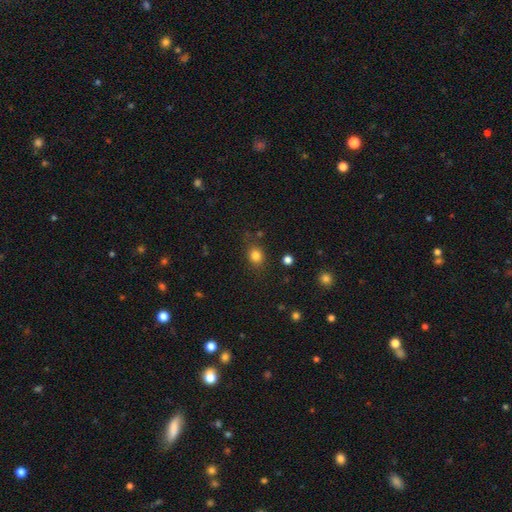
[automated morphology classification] Smooth or featured: smooth — 81% (star or artifact — 12%)
How rounded: round — 56% (in between — 42%)
Merging: none — 77% (minor disturbance — 15%)